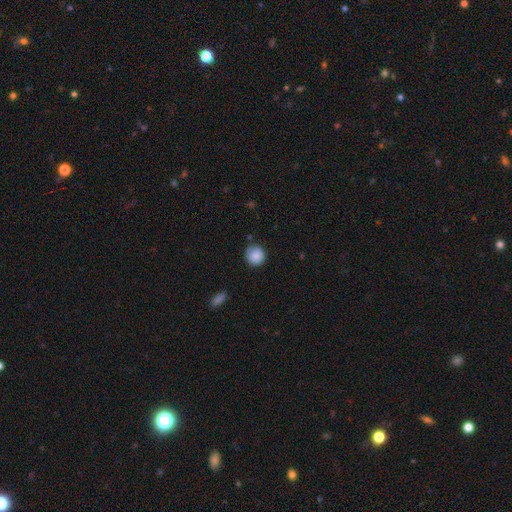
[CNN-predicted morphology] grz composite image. It shows a smooth galaxy with no disk features (85%) that is round (90%). Merging: none (72%).